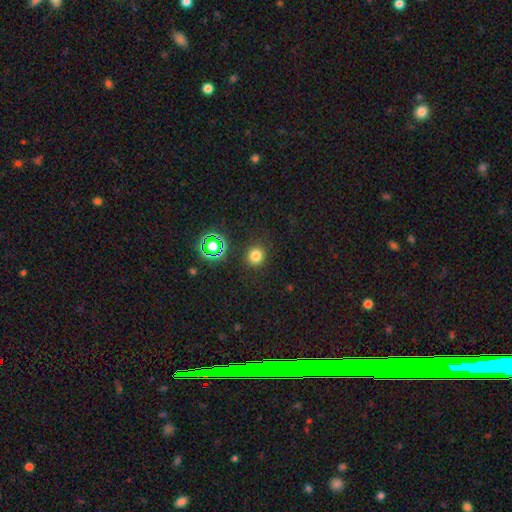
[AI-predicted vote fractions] Smooth or featured? smooth (76%)
How rounded? round (88%)
Merging? none (88%)